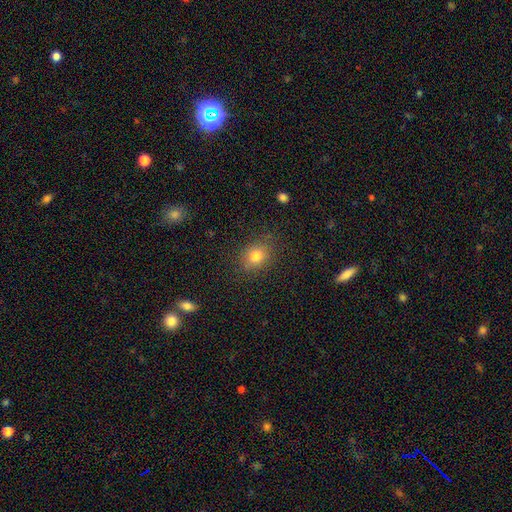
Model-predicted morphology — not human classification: Smooth or featured? Predicted: smooth (p=0.78). How rounded? Predicted: in between (p=0.50). Merging? Predicted: none (p=0.83).